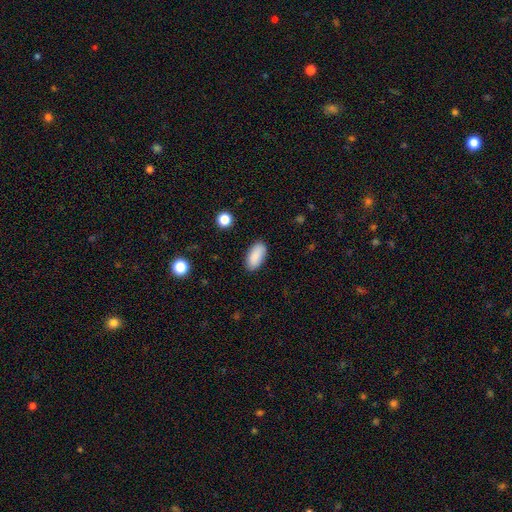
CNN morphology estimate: This is clearly a smooth galaxy (89%). How rounded: clearly in between (92%). Merging: clearly none (86%).